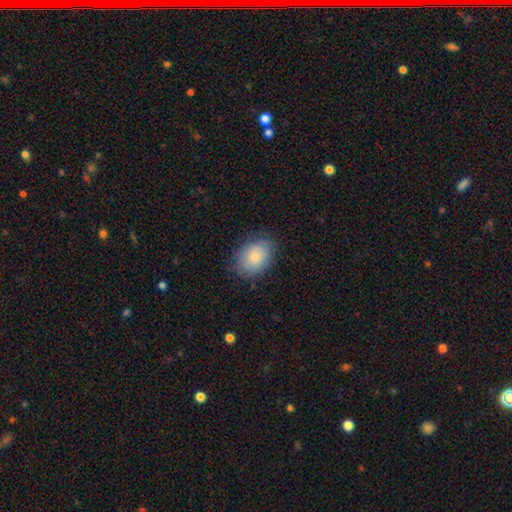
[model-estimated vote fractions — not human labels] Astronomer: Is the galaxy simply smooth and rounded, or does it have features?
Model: smooth — 84%.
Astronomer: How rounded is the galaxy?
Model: in between — 69%.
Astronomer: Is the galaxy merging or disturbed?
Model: none — 80%.